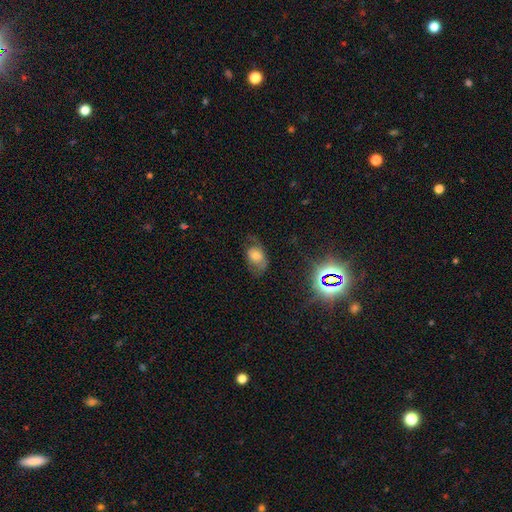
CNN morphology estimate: smooth_or_featured: smooth (p=0.51) [alt: featured or disk p=0.35]
how_rounded: in between (p=0.79) [alt: round p=0.19]
merging: none (p=0.45) [alt: minor disturbance p=0.28]